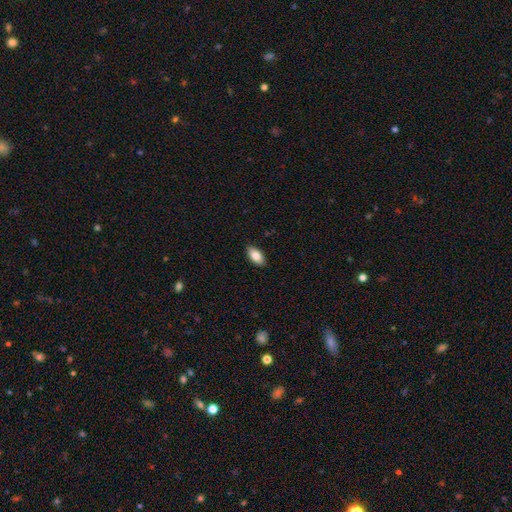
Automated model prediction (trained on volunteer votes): This is clearly a smooth galaxy (83%). How rounded: clearly in between (92%). Merging: clearly none (90%).